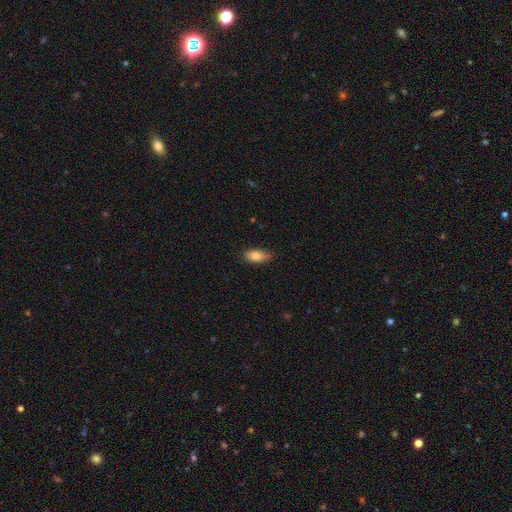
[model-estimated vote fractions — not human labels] Overall: smooth (82%). How rounded: in between (87%). Merging: none (82%).